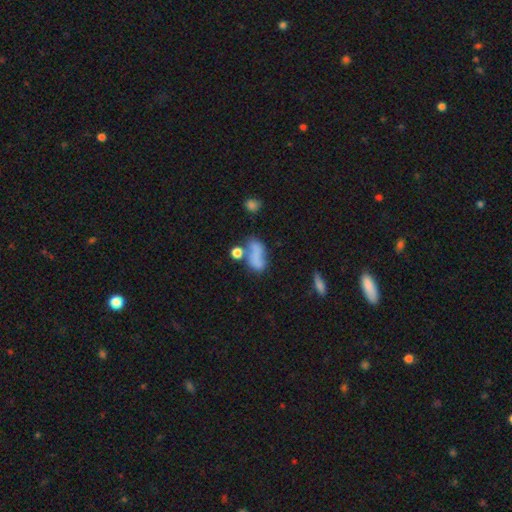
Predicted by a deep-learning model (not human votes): This is likely a smooth galaxy (60%). How rounded: clearly in between (82%). Merging: marginally none (30%, tied with merger).